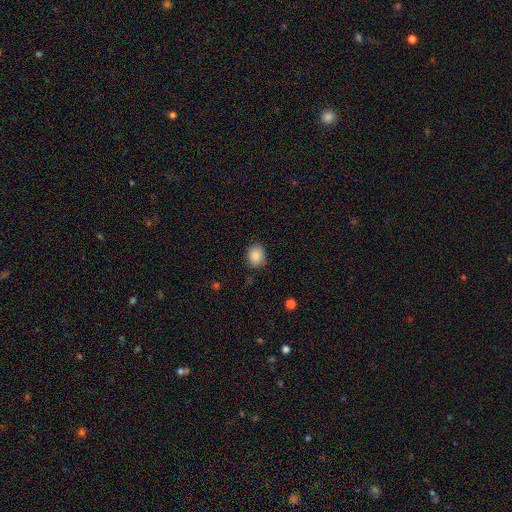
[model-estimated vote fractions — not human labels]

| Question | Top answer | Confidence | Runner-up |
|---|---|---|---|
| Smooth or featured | smooth | 85% | star or artifact (9%) |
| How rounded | round | 62% | in between (38%) |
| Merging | none | 83% | minor disturbance (13%) |